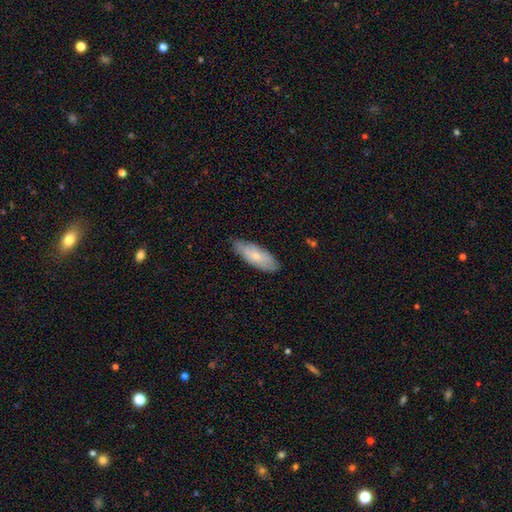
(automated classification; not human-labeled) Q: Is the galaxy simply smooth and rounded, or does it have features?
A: smooth — 69%.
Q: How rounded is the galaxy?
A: in between — 69%.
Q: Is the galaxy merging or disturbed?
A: none — 77%.